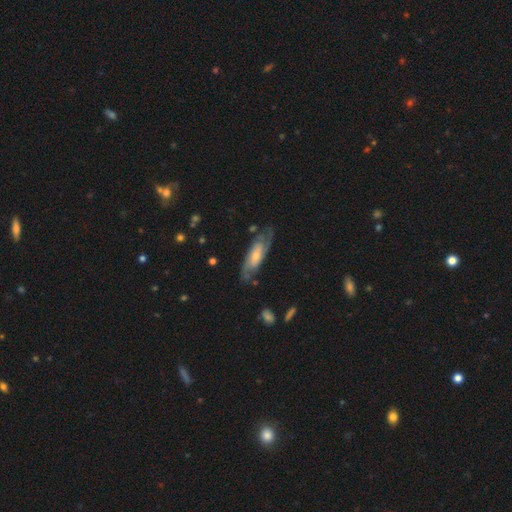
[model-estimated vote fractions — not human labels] This appears to be a featured or disk galaxy (65%) with no bar (61%), spiral arms (85%) and a small central bulge (48%). Merging: none (66%).